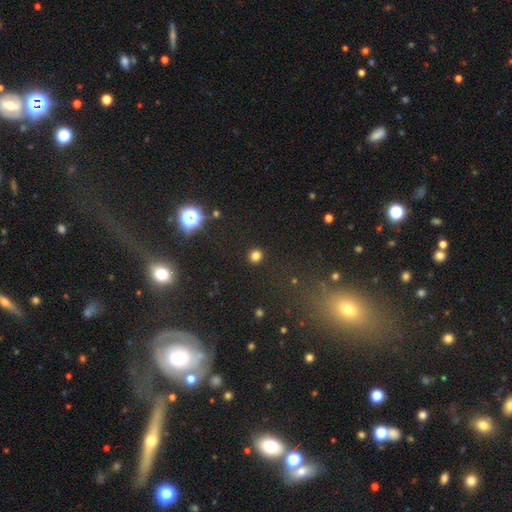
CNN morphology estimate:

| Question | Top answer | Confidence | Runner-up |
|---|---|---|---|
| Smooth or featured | smooth | 80% | star or artifact (16%) |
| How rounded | round | 91% | in between (8%) |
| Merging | none | 92% | minor disturbance (5%) |